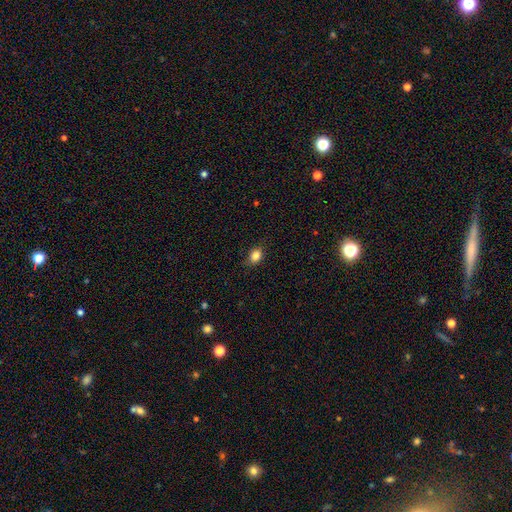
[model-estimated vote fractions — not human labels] Smooth or featured? smooth (84%)
How rounded? in between (63%)
Merging? none (81%)